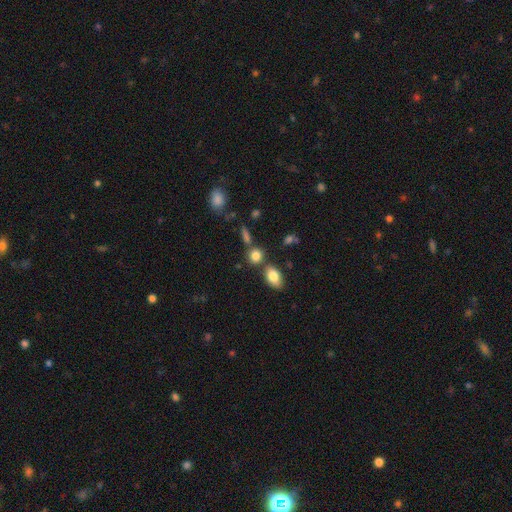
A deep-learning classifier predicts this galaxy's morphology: smooth 82%, star or artifact 10%, featured or disk 7%. Down the decision tree: how rounded — round (58%); merging — none (65%).